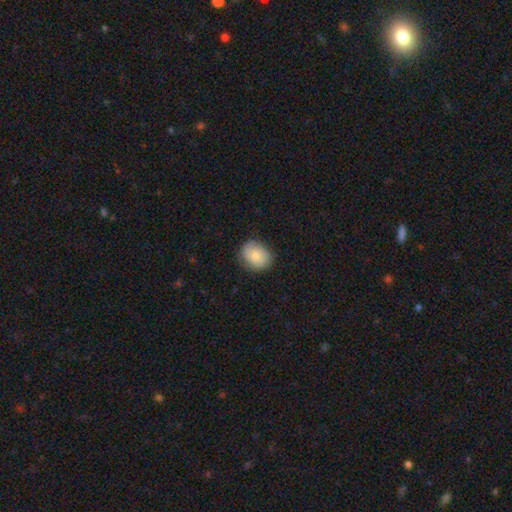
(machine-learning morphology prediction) A smooth galaxy with no disk features (81%) that is in between round and cigar-shaped (50%, tied with round).

Vote fractions:
- Smooth or featured? smooth: 81% / featured or disk: 12% / star or artifact: 7%
- How rounded? in between: 50% (tied) / round: 50% (tied) / cigar-shaped: 1%
- Merging? none: 80% / minor disturbance: 16% / major disturbance: 3% / merger: 1%